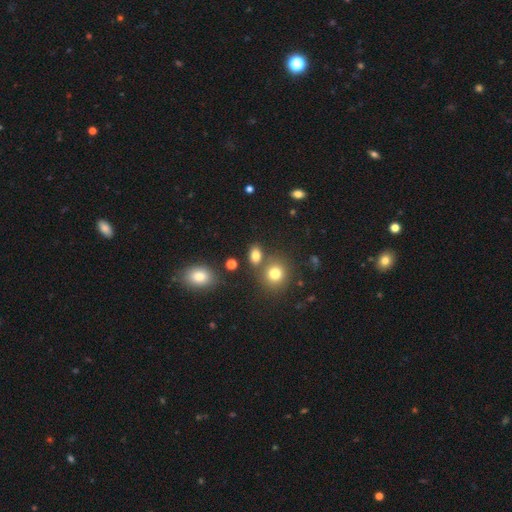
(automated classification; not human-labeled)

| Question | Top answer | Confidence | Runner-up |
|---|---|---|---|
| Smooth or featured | smooth | 80% | star or artifact (13%) |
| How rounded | in between | 70% | round (28%) |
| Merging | none | 69% | merger (16%) |